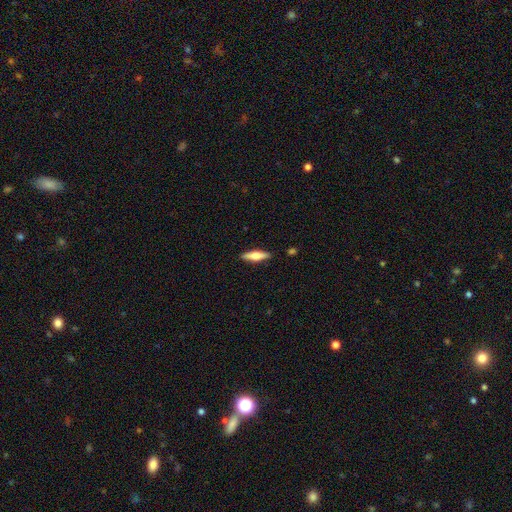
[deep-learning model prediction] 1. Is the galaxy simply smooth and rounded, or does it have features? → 57% smooth, 37% featured or disk, 6% star or artifact.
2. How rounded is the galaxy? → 62% cigar-shaped, 36% in between, 2% round.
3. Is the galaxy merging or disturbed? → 88% none, 9% minor disturbance, 2% major disturbance, 1% merger.